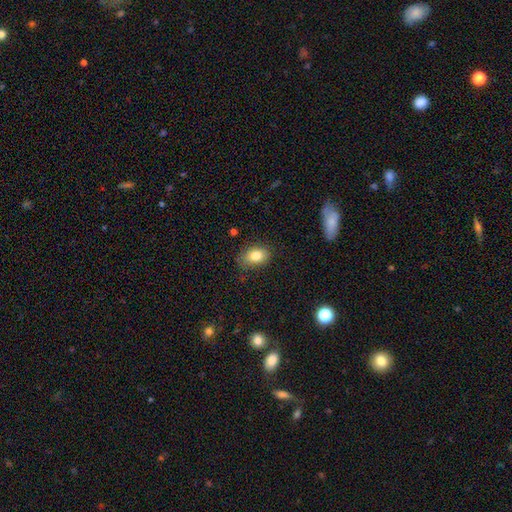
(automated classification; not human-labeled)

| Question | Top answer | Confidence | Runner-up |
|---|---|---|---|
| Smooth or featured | smooth | 83% | featured or disk (9%) |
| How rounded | in between | 82% | round (16%) |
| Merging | none | 77% | minor disturbance (18%) |